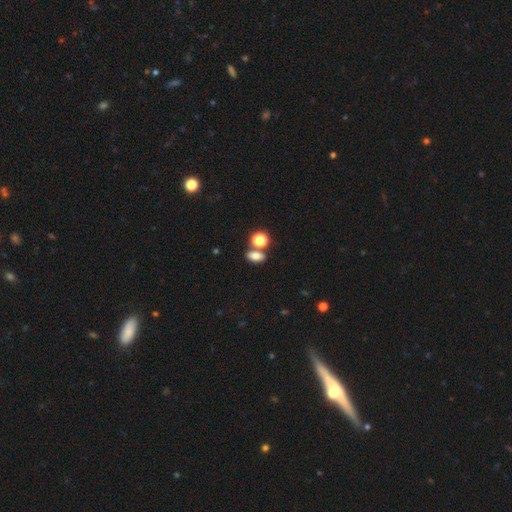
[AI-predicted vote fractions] Smooth or featured?
  - smooth: 78% *
  - star or artifact: 13%
  - featured or disk: 9%
How rounded?
  - in between: 76% *
  - round: 20%
  - cigar-shaped: 5%
Merging?
  - none: 61% *
  - merger: 24%
  - minor disturbance: 11%
  - major disturbance: 4%